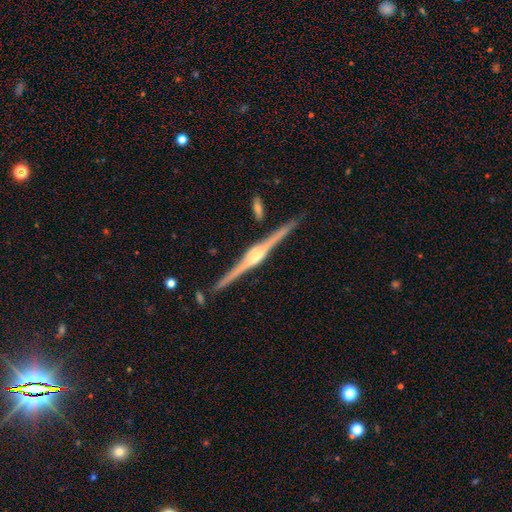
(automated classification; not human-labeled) smooth-or-featured: featured or disk: 89% | smooth: 6% | star or artifact: 5%
  disk-edge-on: yes: 99% | no: 1%
    edge-on-bulge: rounded: 77% | boxy: 18% | none: 5%
  merging: none: 88% | minor disturbance: 8% | merger: 2% | major disturbance: 2%